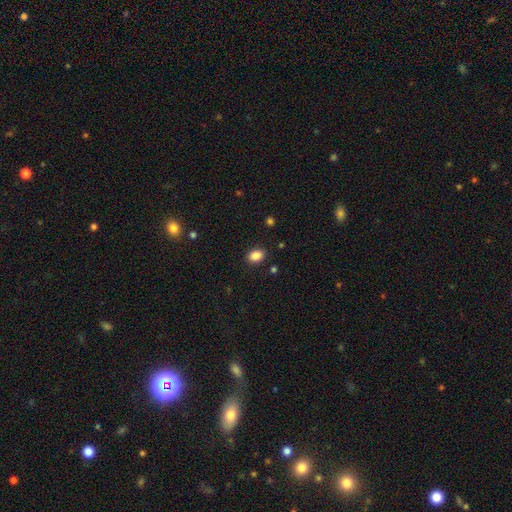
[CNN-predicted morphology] smooth 87%, star or artifact 9%, featured or disk 4%. Down the decision tree: how rounded — in between (75%); merging — none (88%).